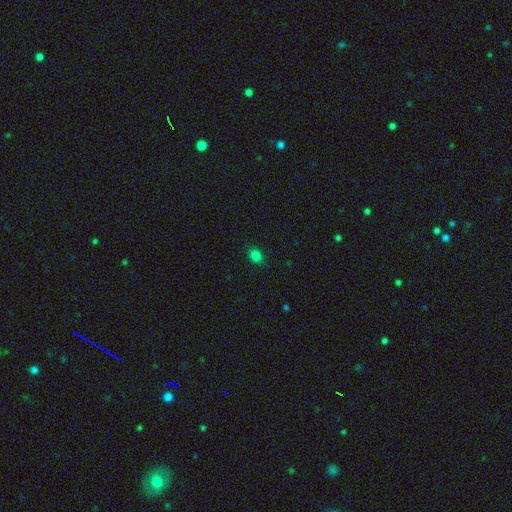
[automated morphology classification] Q: Smooth or featured?
A: smooth (80%); runner-up: star or artifact (16%)
Q: How rounded?
A: round (53%); runner-up: in between (45%)
Q: Merging?
A: none (85%); runner-up: minor disturbance (11%)